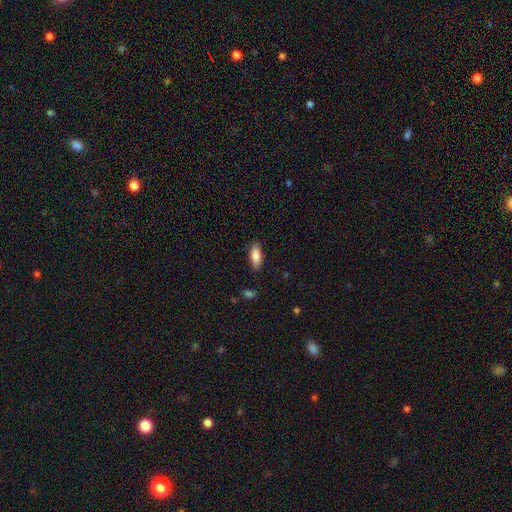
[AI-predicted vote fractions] smooth 84%, featured or disk 9%, star or artifact 7%. Down the decision tree: how rounded — in between (76%); merging — none (84%).